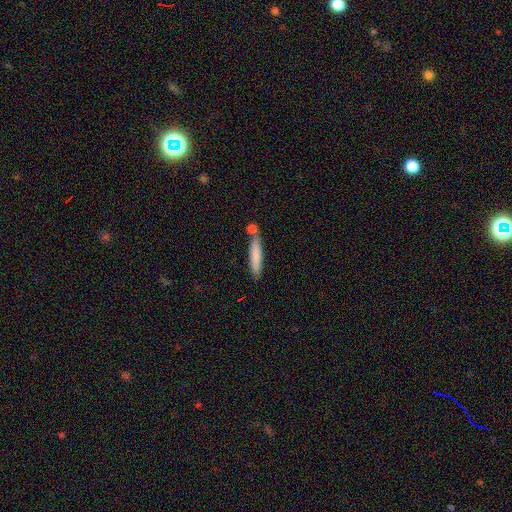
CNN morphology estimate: This is likely a smooth galaxy (78%). How rounded: clearly cigar-shaped (89%). Merging: likely none (67%).